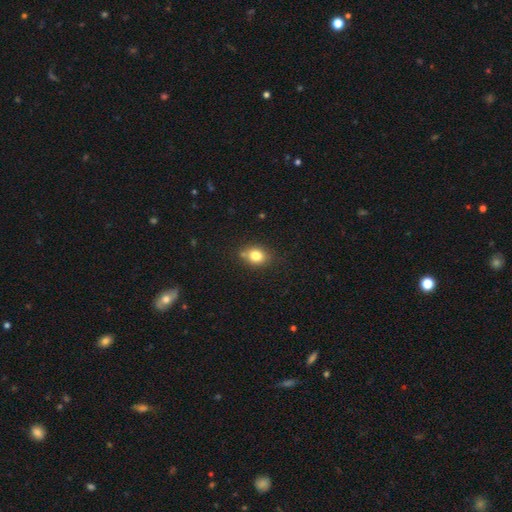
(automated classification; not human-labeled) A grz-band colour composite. It shows a smooth galaxy with no disk features (80%) that is in between round and cigar-shaped (52%). Merging: none (74%).